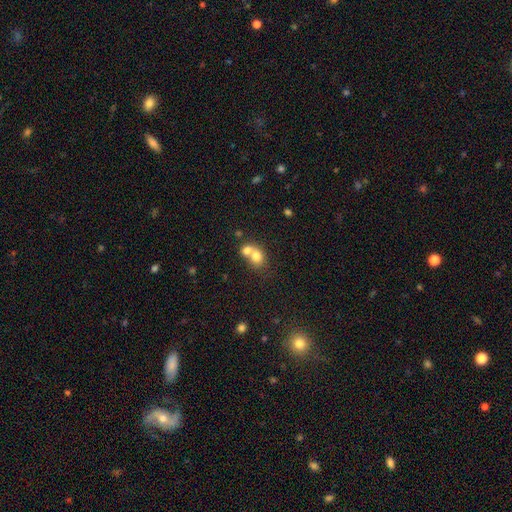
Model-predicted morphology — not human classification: Smooth or featured?
  - smooth: 74% *
  - featured or disk: 16%
  - star or artifact: 10%
How rounded?
  - round: 64% *
  - in between: 35%
  - cigar-shaped: 1%
Merging?
  - merger: 67% *
  - none: 24%
  - minor disturbance: 5%
  - major disturbance: 3%